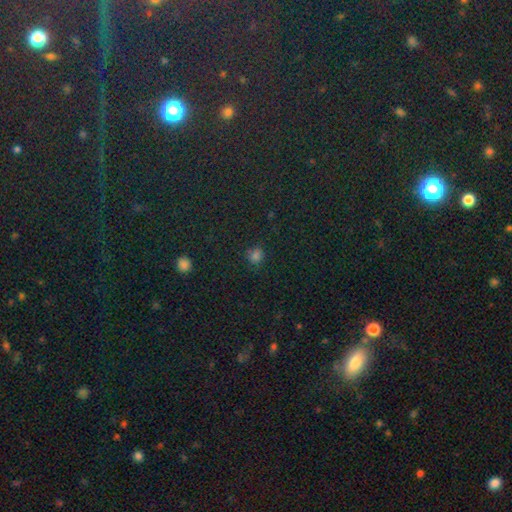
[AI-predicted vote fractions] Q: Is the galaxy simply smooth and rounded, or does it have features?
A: smooth — 70%.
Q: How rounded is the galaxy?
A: round — 76%.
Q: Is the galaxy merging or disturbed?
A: none — 75%.